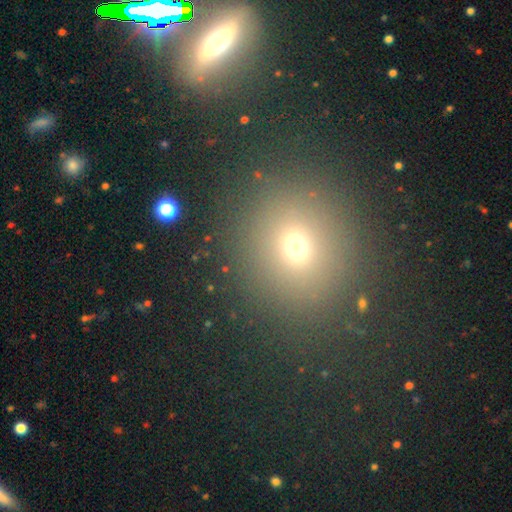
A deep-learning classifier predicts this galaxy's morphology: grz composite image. It shows a smooth galaxy with no disk features (60%) that is round (81%). Merging: none (84%).